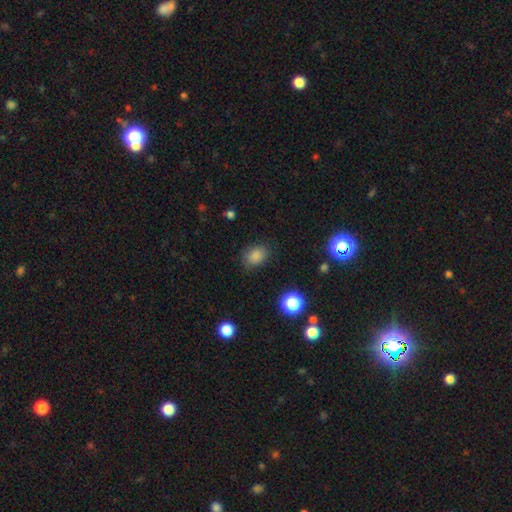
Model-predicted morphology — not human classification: Q: Smooth or featured?
A: smooth (83%); runner-up: star or artifact (12%)
Q: How rounded?
A: in between (65%); runner-up: round (34%)
Q: Merging?
A: none (81%); runner-up: minor disturbance (13%)